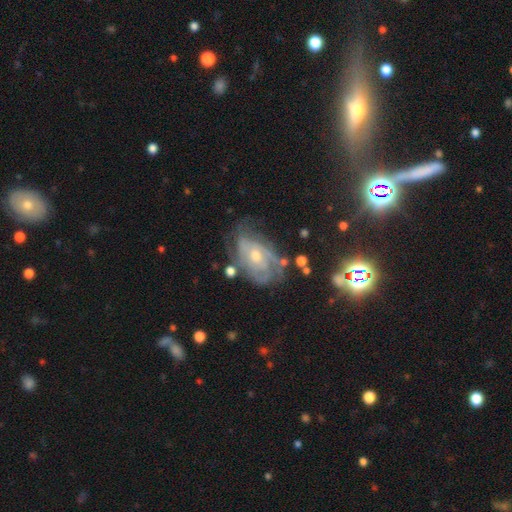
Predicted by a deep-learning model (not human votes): Overall: featured or disk (74%). Edge-on disk: no (95%). Bar: no (71%). Spiral arms: yes (83%). Spiral arm count: can't tell (53%; 2 20%). Spiral winding: tight (58%; medium 31%). Bulge size: moderate (51%; small 44%). Merging: none (55%; minor disturbance 26%).